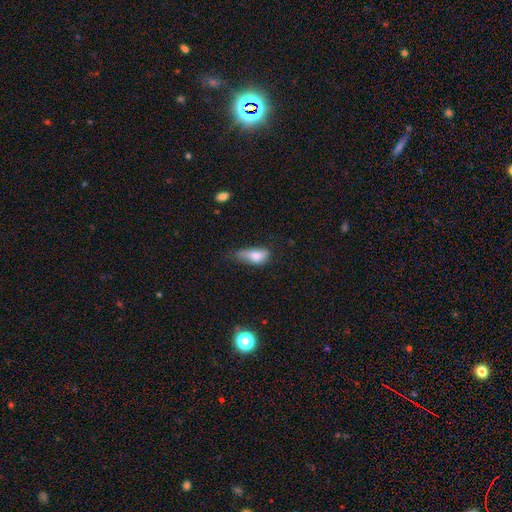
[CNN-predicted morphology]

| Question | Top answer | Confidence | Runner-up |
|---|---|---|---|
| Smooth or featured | smooth | 78% | featured or disk (14%) |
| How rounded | in between | 83% | cigar-shaped (12%) |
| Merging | minor disturbance | 45% | none (27%) |